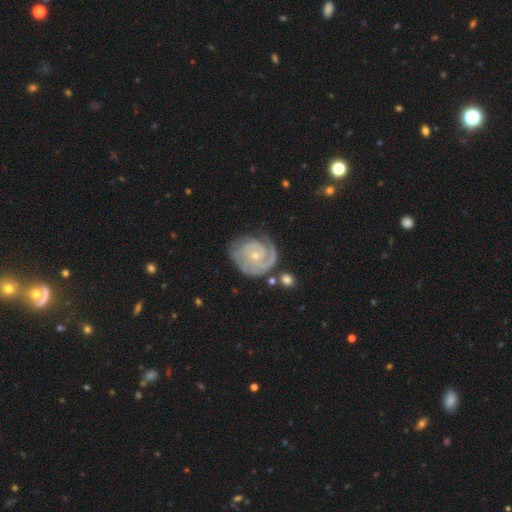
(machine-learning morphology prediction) type=featured or disk (88%); edge-on=no (98%); bar=no (70%); spiral arms=yes (97%); winding=tight (72%); arm count=2 (44%); bulge=small (76%); merging=none (67%).